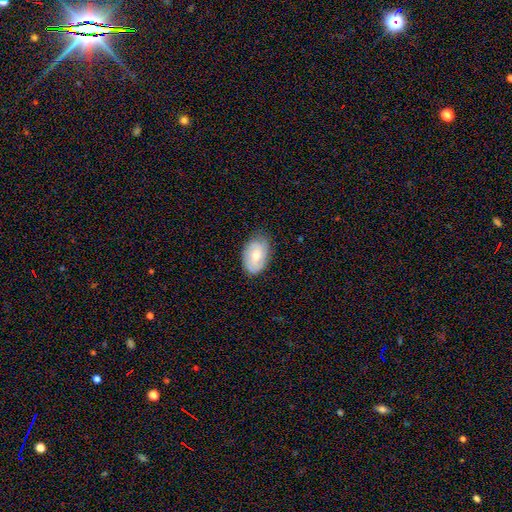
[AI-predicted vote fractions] Q: Smooth or featured?
A: smooth (48%); runner-up: featured or disk (45%)
Q: Merging?
A: none (74%); runner-up: minor disturbance (21%)